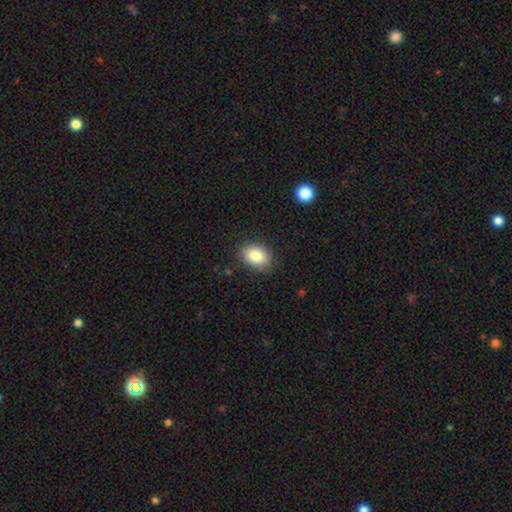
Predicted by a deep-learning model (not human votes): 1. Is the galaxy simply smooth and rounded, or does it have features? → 85% smooth, 8% star or artifact, 7% featured or disk.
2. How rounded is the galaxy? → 78% in between, 21% round, 1% cigar-shaped.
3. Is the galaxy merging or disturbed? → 83% none, 13% minor disturbance, 3% major disturbance, 1% merger.